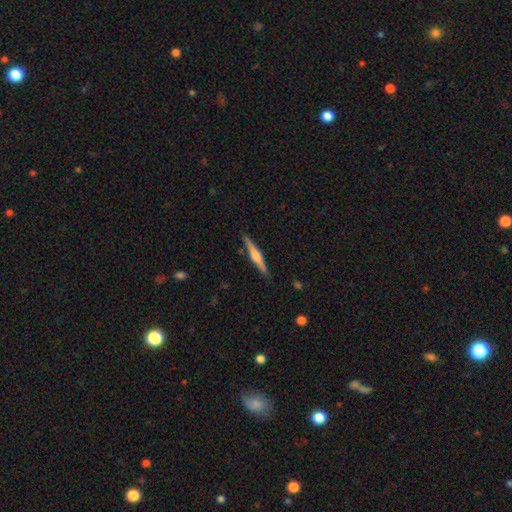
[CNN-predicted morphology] Q: Smooth or featured?
A: featured or disk (69%); runner-up: smooth (25%)
Q: Edge-on disk?
A: yes (98%); runner-up: no (2%)
Q: Edge-on bulge?
A: rounded (81%); runner-up: boxy (13%)
Q: Merging?
A: none (89%); runner-up: minor disturbance (8%)